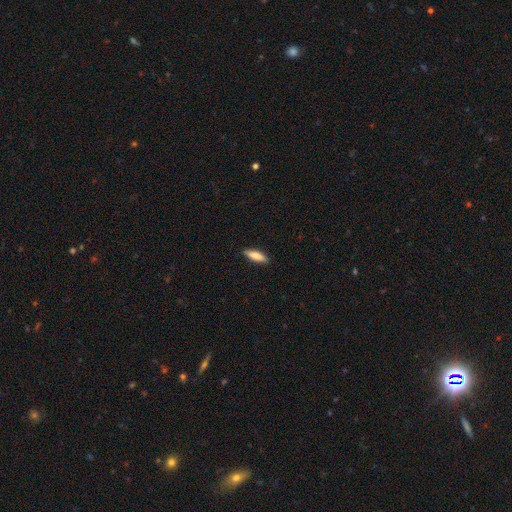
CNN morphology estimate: Smooth or featured? Predicted: smooth (p=0.79). How rounded? Predicted: cigar-shaped (p=0.55). Merging? Predicted: none (p=0.88).